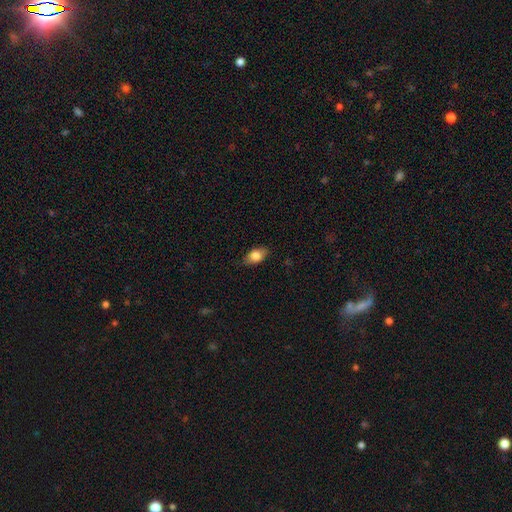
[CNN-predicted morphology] Smooth or featured? Predicted: smooth (p=0.78). How rounded? Predicted: in between (p=0.86). Merging? Predicted: none (p=0.83).